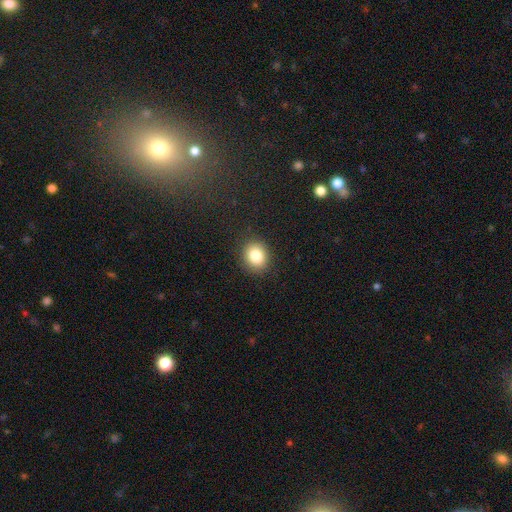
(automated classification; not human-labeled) Morphology: type=smooth (84%); roundness=round (67%); merging=none (89%).